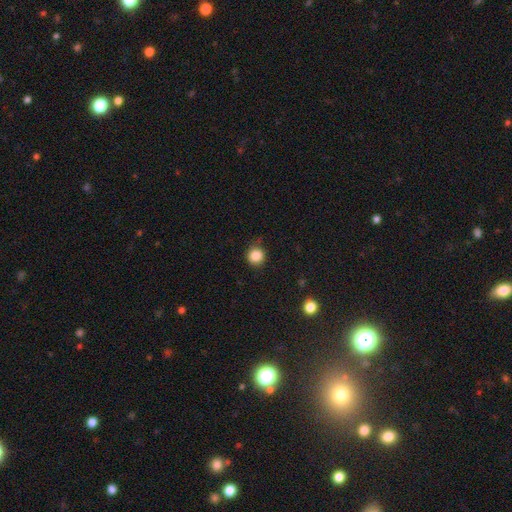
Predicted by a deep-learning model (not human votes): The model was most divided on "merging": none: 81%, minor disturbance: 14%, major disturbance: 3%, merger: 2%. More confident: how rounded — round (91%); smooth or featured — smooth (86%).